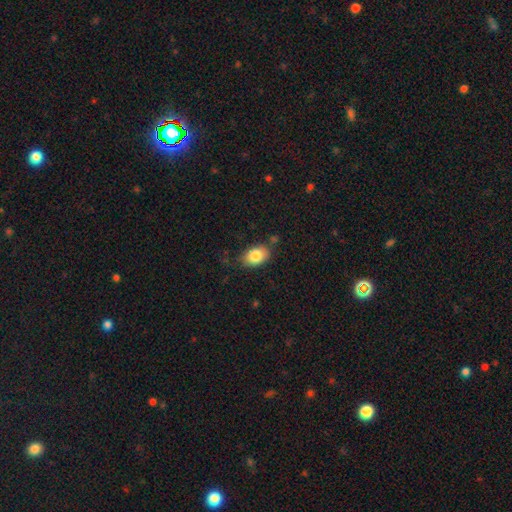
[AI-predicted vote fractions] A smooth galaxy with no disk features (84%) that is in between round and cigar-shaped (86%).

Vote fractions:
- Smooth or featured? smooth: 84% / featured or disk: 9% / star or artifact: 8%
- How rounded? in between: 86% / round: 13% / cigar-shaped: 1%
- Merging? none: 76% / minor disturbance: 17% / major disturbance: 4% / merger: 3%